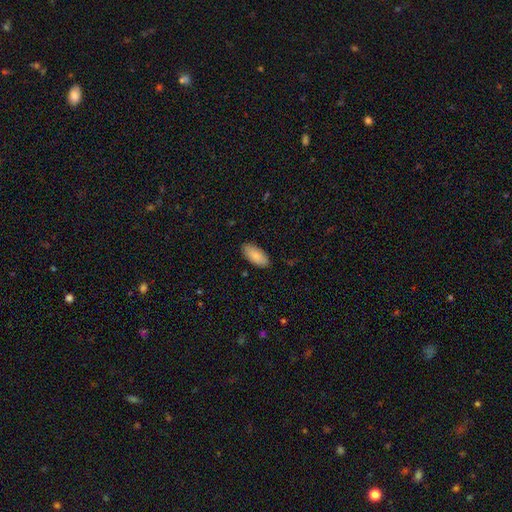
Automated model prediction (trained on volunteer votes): Overall: smooth (84%). How rounded: in between (92%). Merging: none (87%).